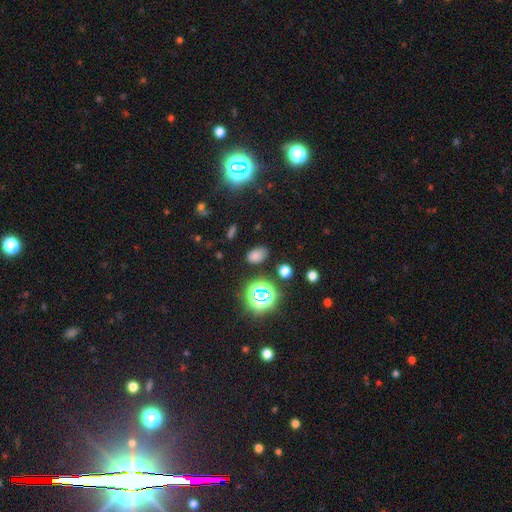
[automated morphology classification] Smooth or featured? smooth (70%)
How rounded? in between (85%)
Merging? none (82%)